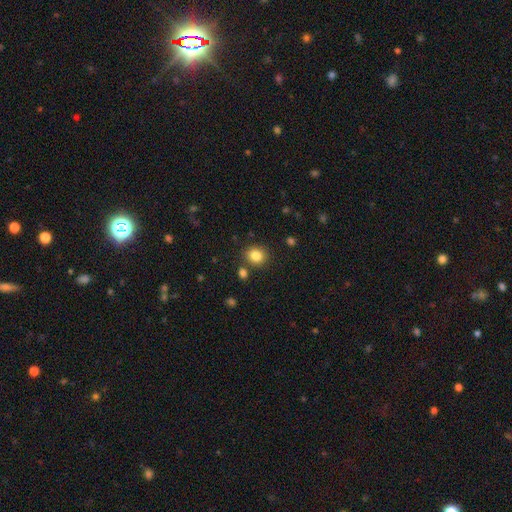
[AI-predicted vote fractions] smooth_or_featured: smooth (p=0.83) [alt: star or artifact p=0.11]
how_rounded: round (p=0.80) [alt: in between p=0.19]
merging: none (p=0.83) [alt: minor disturbance p=0.08]